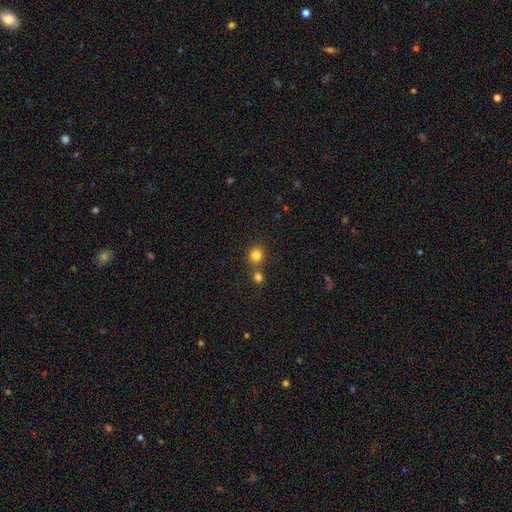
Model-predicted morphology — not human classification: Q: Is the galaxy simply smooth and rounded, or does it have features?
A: smooth — 81%.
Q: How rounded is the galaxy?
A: round — 88%.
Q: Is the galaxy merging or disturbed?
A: none — 63%.